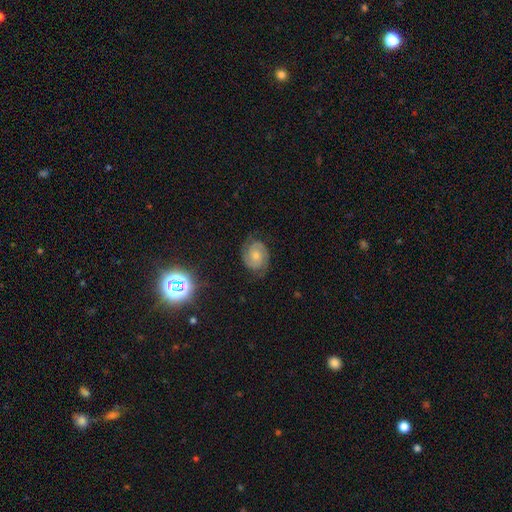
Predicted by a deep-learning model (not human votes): Morphology: type=featured or disk (78%); edge-on=no (98%); bar=no (73%); spiral arms=yes (96%); winding=tight (57%); arm count=2 (86%); bulge=small (50%); merging=none (77%).